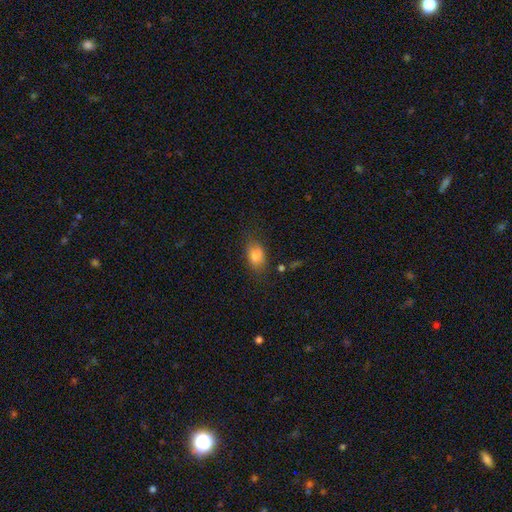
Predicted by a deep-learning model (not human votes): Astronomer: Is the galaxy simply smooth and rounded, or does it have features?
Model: smooth — 78%.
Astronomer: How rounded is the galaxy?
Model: in between — 85%.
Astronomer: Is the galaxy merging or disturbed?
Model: none — 65%.